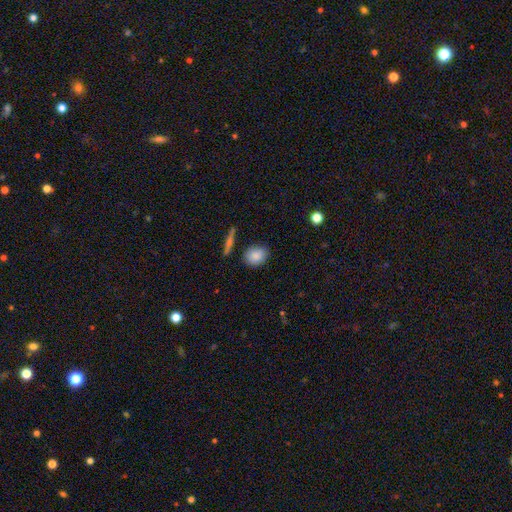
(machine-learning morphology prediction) This appears to be a smooth galaxy with no disk features (86%) that is in between round and cigar-shaped (51%). Merging: none (80%).